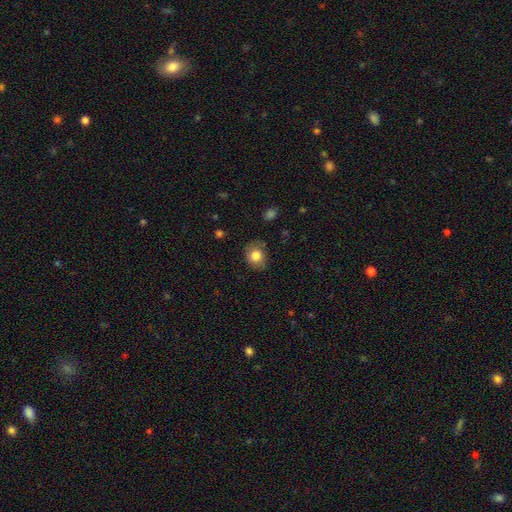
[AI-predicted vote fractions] Morphology: type=smooth (80%); roundness=round (56%); merging=none (70%).